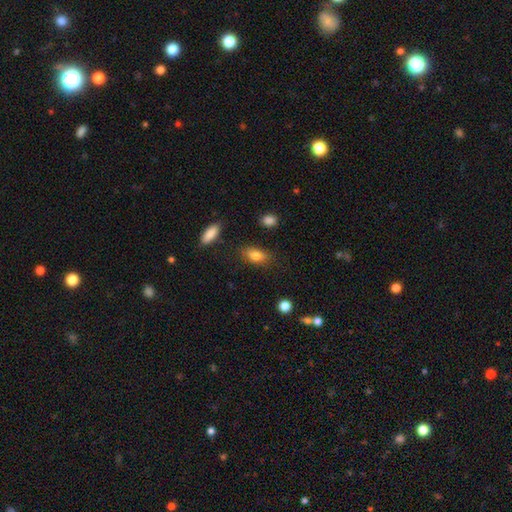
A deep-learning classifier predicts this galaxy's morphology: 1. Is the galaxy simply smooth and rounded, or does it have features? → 80% smooth, 11% featured or disk, 9% star or artifact.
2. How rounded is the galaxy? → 83% in between, 9% cigar-shaped, 8% round.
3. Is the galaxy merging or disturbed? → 76% none, 17% minor disturbance, 4% major disturbance, 2% merger.